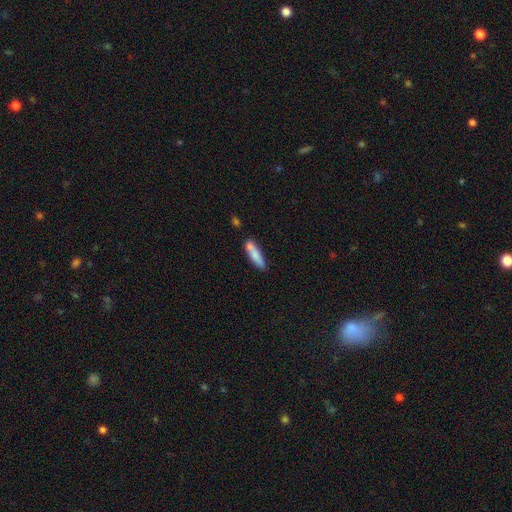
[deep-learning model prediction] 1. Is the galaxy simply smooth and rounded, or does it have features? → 77% smooth, 17% featured or disk, 6% star or artifact.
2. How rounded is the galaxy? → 75% cigar-shaped, 23% in between, 2% round.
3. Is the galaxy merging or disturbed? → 62% none, 17% merger, 17% minor disturbance, 4% major disturbance.